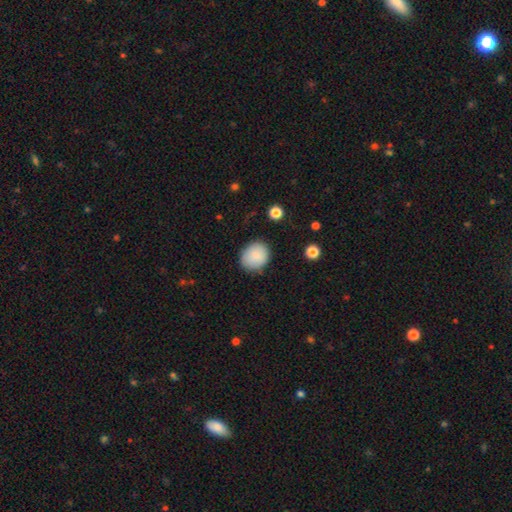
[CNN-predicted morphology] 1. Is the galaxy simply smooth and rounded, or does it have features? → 85% smooth, 8% star or artifact, 7% featured or disk.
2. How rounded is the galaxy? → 63% round, 36% in between, 1% cigar-shaped.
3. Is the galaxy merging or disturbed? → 83% none, 13% minor disturbance, 3% major disturbance, 1% merger.